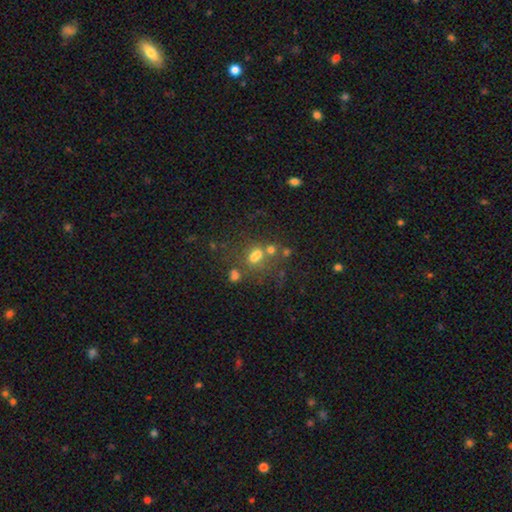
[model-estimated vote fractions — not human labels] Q: Smooth or featured?
A: smooth (55%); runner-up: star or artifact (25%)
Q: How rounded?
A: in between (49%); runner-up: round (48%)
Q: Merging?
A: none (41%); runner-up: merger (39%)